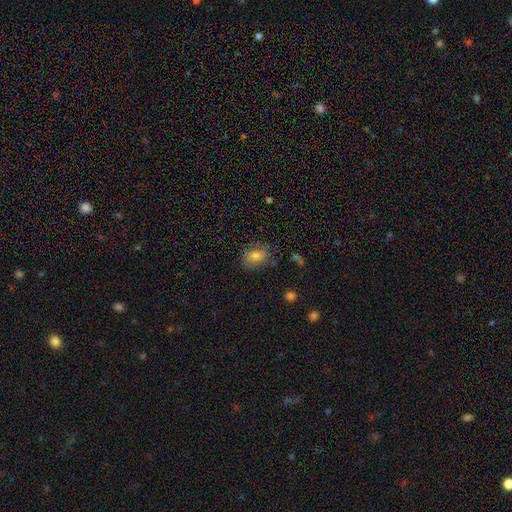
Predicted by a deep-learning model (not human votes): Morphology: type=smooth (73%); roundness=in between (64%); merging=none (74%).